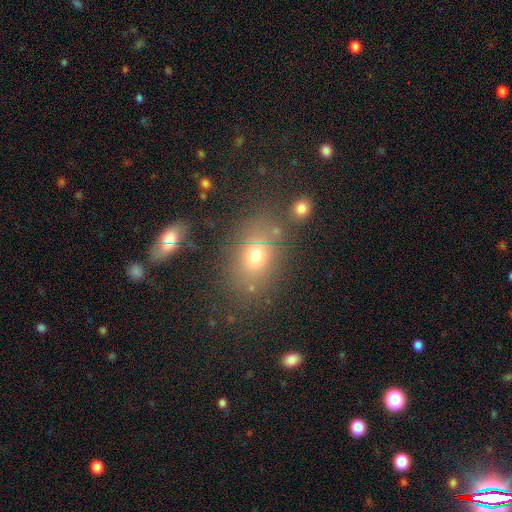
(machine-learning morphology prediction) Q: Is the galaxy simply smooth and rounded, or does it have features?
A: smooth — 68%.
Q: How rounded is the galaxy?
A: in between — 67%.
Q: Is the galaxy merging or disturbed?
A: none — 70%.